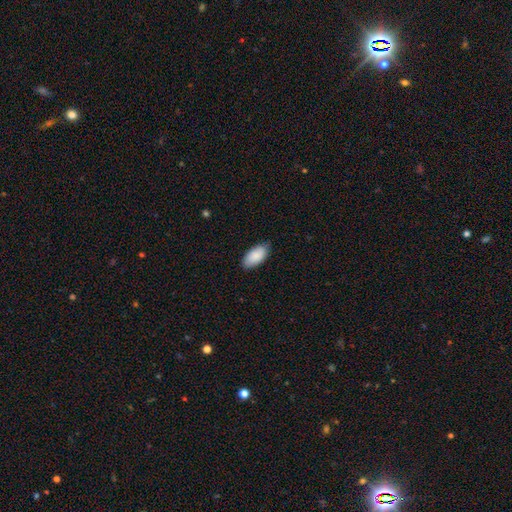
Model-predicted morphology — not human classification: A smooth galaxy with no disk features (86%) that is in between round and cigar-shaped (95%). Merging: none (78%).